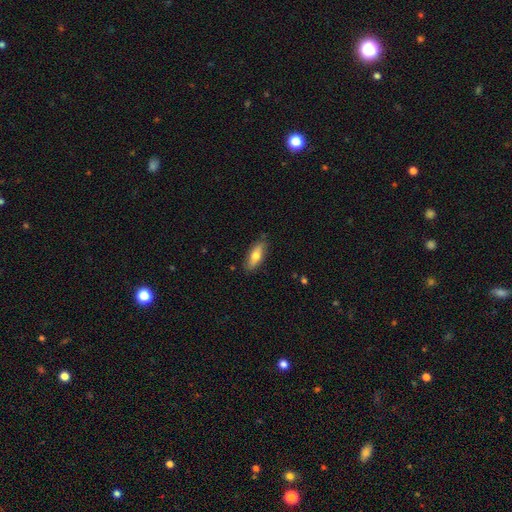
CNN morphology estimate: This appears to be a smooth galaxy with no disk features (67%) that is in between round and cigar-shaped (66%). Merging: none (82%).